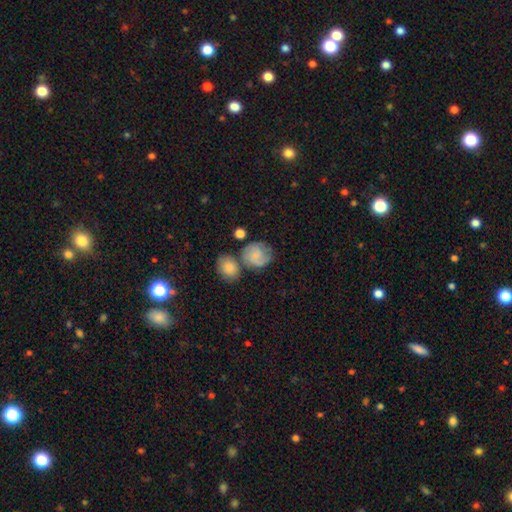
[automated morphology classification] This is likely a smooth galaxy (62%). How rounded: likely round (71%). Merging: possibly none (48%).